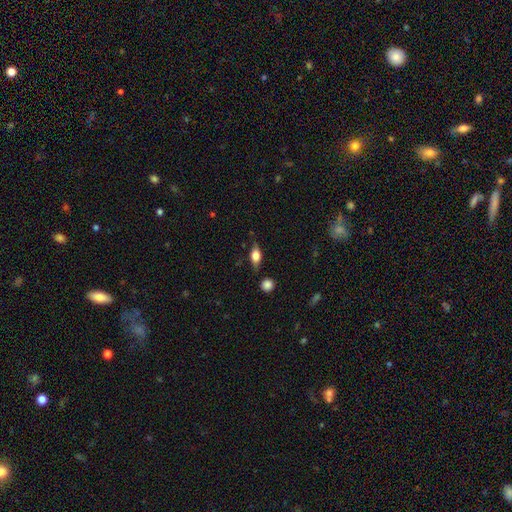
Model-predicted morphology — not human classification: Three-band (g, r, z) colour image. It shows a smooth galaxy with no disk features (54%) that is in between round and cigar-shaped (74%). Merging: none (77%).